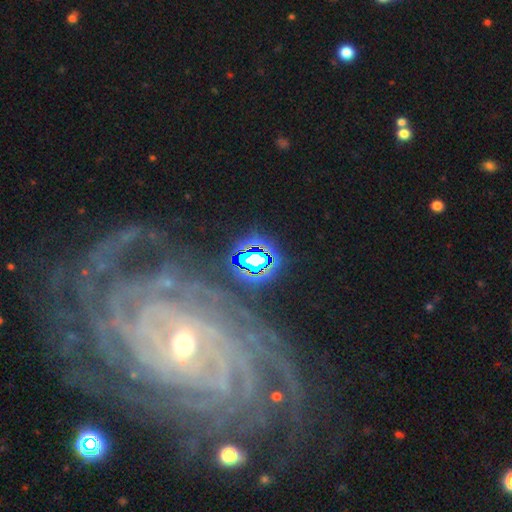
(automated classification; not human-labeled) featured or disk 71%, star or artifact 16%, smooth 12%. Down the decision tree: edge-on disk — no (92%); bar — no (47%); spiral arms — yes (91%); spiral arm count — can't tell (30%); spiral winding — tight (79%); bulge size — moderate (45%); merging — none (73%).